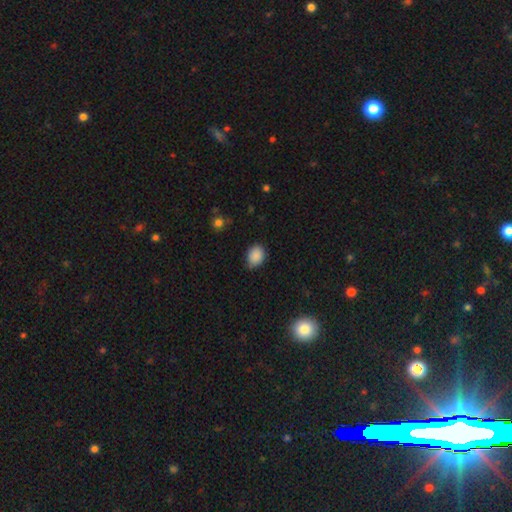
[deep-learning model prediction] Smooth or featured: smooth — 88% (star or artifact — 9%)
How rounded: in between — 54% (round — 45%)
Merging: none — 73% (minor disturbance — 22%)